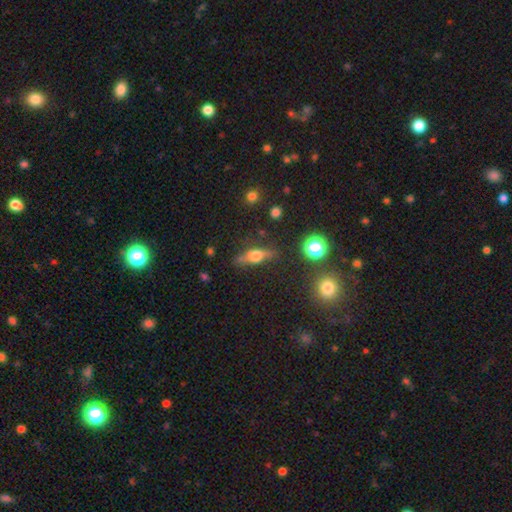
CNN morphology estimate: Smooth or featured: featured or disk — 52% (smooth — 37%)
Edge-on disk: yes — 88% (no — 12%)
Merging: none — 78% (minor disturbance — 15%)